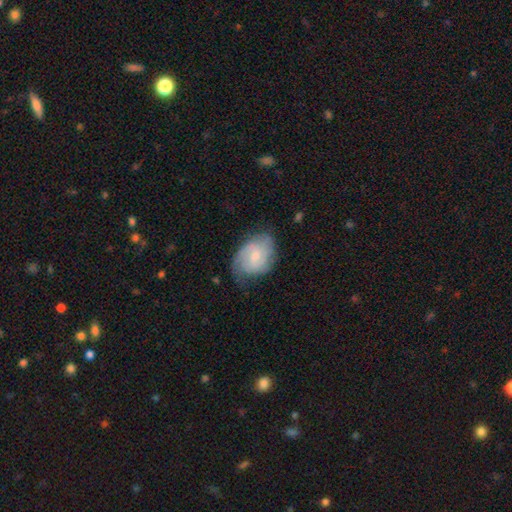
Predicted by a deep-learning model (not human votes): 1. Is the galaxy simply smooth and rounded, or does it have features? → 57% featured or disk, 37% smooth, 6% star or artifact.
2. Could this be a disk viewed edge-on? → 97% no, 3% yes.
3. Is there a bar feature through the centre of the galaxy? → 47% no (tied), 47% weak (tied), 6% strong.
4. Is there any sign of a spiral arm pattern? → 87% yes, 13% no.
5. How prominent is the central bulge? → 52% small, 36% moderate, 8% none, 2% large, 1% dominant.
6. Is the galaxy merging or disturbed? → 58% none, 30% minor disturbance, 11% major disturbance, 1% merger.